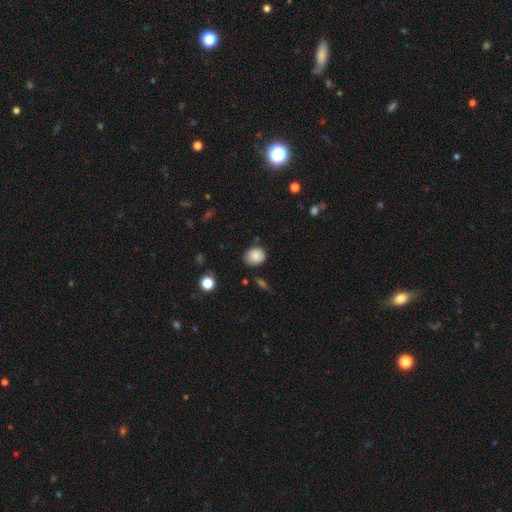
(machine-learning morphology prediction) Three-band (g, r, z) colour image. It shows a smooth galaxy with no disk features (82%) that is round (59%). Merging: none (75%).